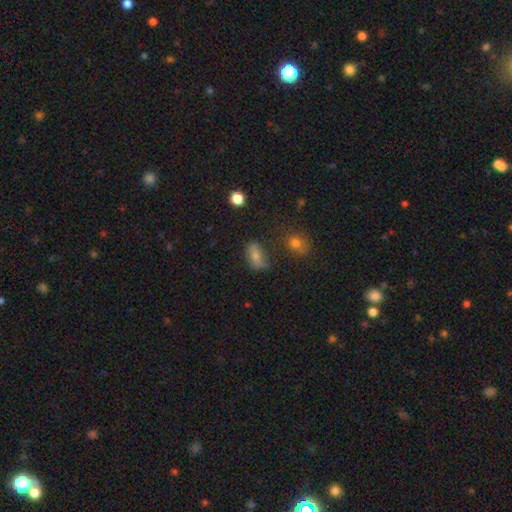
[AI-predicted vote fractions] smooth 67%, featured or disk 20%, star or artifact 12%. Down the decision tree: how rounded — in between (82%); merging — none (59%).